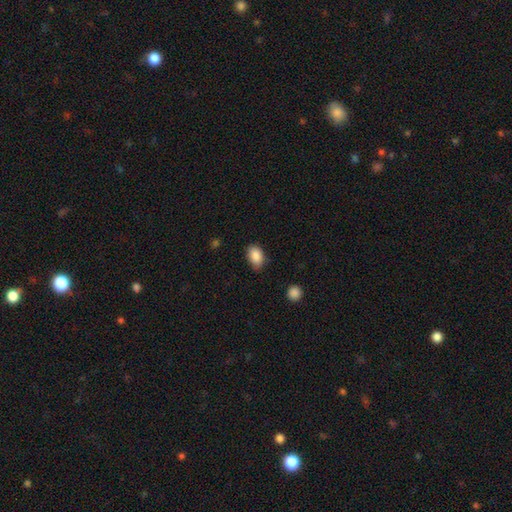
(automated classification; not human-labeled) Smooth or featured: smooth — 87% (star or artifact — 8%)
How rounded: in between — 86% (round — 12%)
Merging: none — 76% (minor disturbance — 19%)